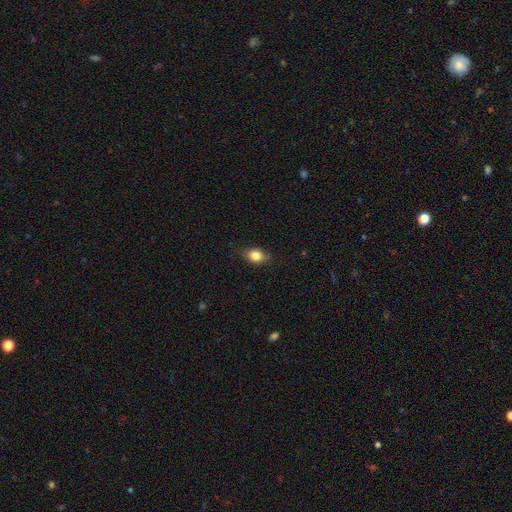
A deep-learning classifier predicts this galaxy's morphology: Smooth or featured?
  - smooth: 80% *
  - featured or disk: 11%
  - star or artifact: 9%
How rounded?
  - in between: 64% *
  - round: 33%
  - cigar-shaped: 3%
Merging?
  - none: 79% *
  - minor disturbance: 17%
  - major disturbance: 3%
  - merger: 1%